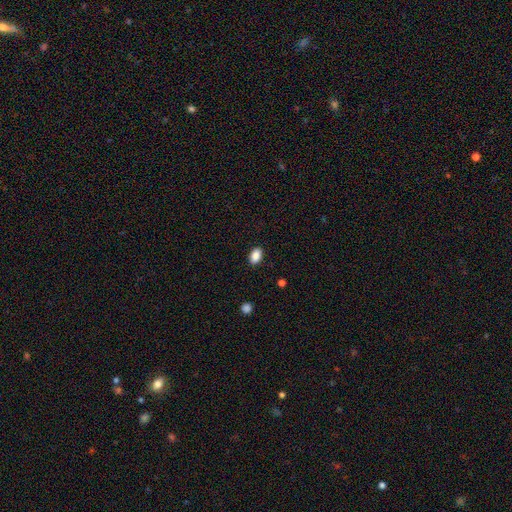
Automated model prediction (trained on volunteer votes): smooth 88%, star or artifact 8%, featured or disk 4%. Down the decision tree: how rounded — in between (89%); merging — none (88%).